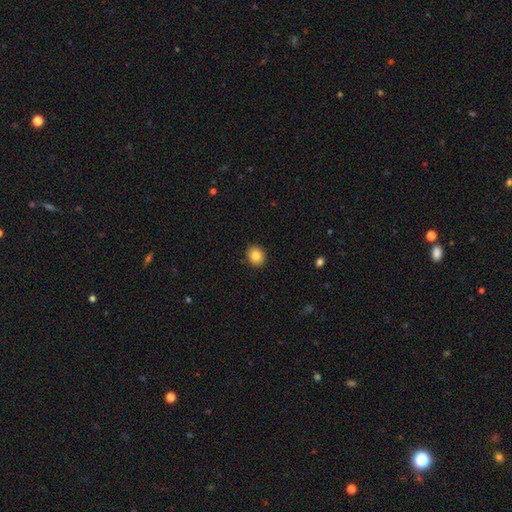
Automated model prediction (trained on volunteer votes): smooth_or_featured: smooth (p=0.85) [alt: star or artifact p=0.09]
how_rounded: round (p=0.80) [alt: in between p=0.19]
merging: none (p=0.91) [alt: minor disturbance p=0.06]